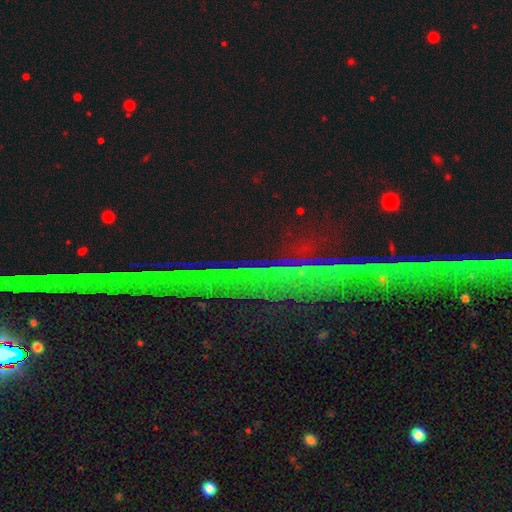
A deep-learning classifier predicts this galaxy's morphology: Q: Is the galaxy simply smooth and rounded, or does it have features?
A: star or artifact — 77%.